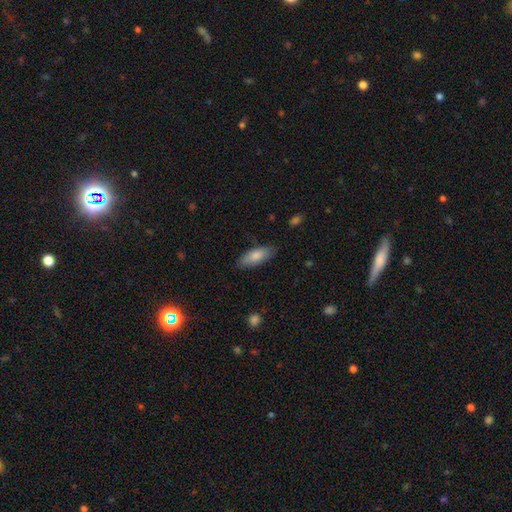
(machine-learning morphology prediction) This is clearly a smooth galaxy (81%). How rounded: likely in between (72%). Merging: clearly none (82%).